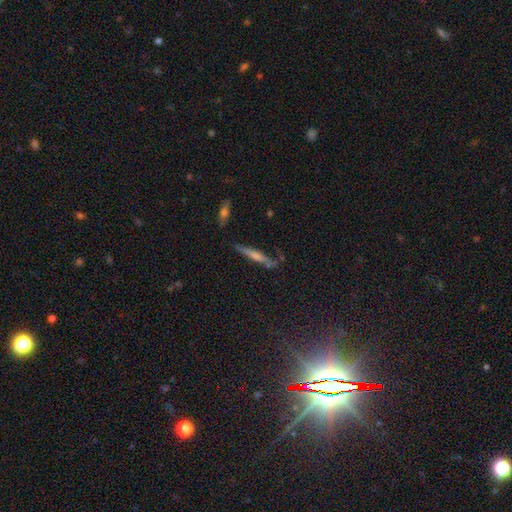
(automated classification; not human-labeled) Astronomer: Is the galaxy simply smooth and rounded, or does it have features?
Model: featured or disk — 56% (runner-up: smooth, 33%).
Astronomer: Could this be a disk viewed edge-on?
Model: yes — 93%.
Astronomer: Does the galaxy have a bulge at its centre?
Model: rounded — 54% (runner-up: none, 31%).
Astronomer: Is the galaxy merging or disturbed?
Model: none — 77%.